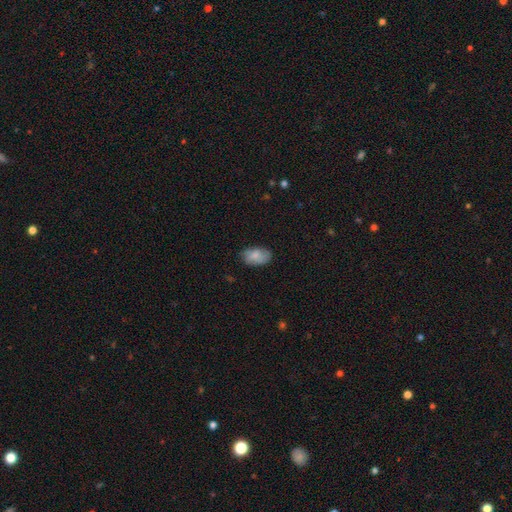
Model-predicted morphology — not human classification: This is likely a smooth galaxy (78%). How rounded: clearly in between (91%). Merging: likely none (69%).